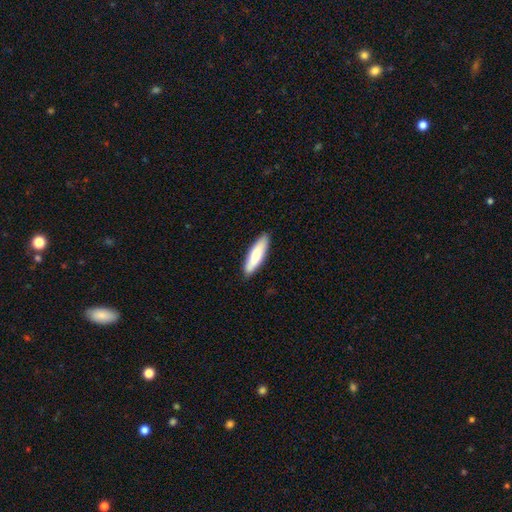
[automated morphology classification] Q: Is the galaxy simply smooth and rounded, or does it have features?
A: smooth — 76%.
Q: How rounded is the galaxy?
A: cigar-shaped — 65%.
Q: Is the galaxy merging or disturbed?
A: none — 88%.